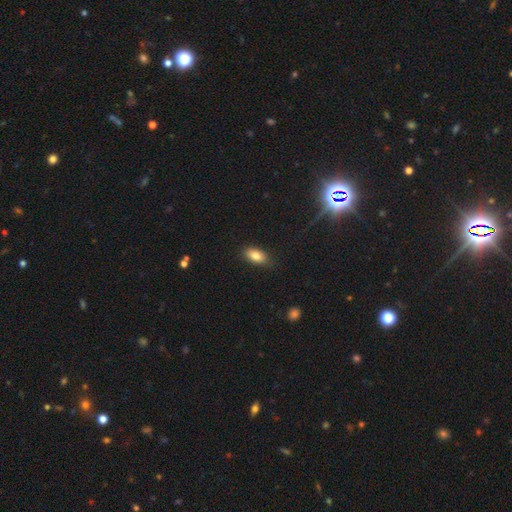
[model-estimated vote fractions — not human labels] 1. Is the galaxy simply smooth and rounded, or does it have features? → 83% smooth, 9% featured or disk, 9% star or artifact.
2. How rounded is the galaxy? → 90% in between, 5% cigar-shaped, 5% round.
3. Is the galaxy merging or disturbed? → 84% none, 12% minor disturbance, 3% major disturbance, 1% merger.